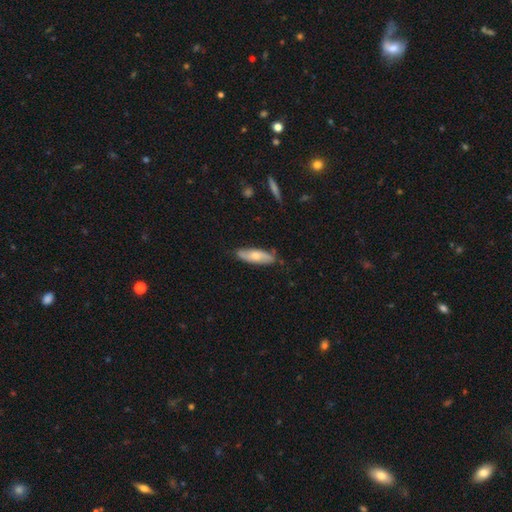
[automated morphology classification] This is possibly a smooth galaxy (52%). How rounded: possibly in between (52%). Merging: likely none (79%).